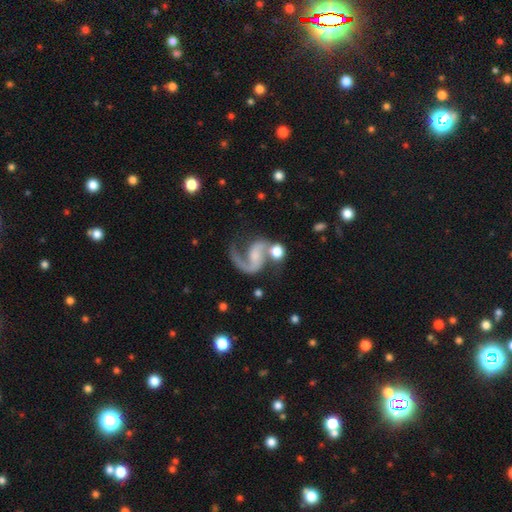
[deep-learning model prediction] This appears to be a featured or disk galaxy (86%) with no bar (46%), 2 (69%) loose (51%) spiral arms (96%) and a small central bulge (41%). Merging: none (42%).